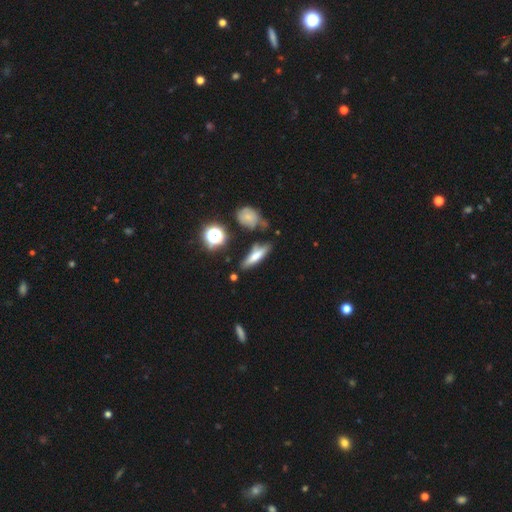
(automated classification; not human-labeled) The model was most divided on "smooth or featured": smooth: 57%, featured or disk: 30%, star or artifact: 14%. More confident: merging — none (66%); how rounded — cigar-shaped (63%).